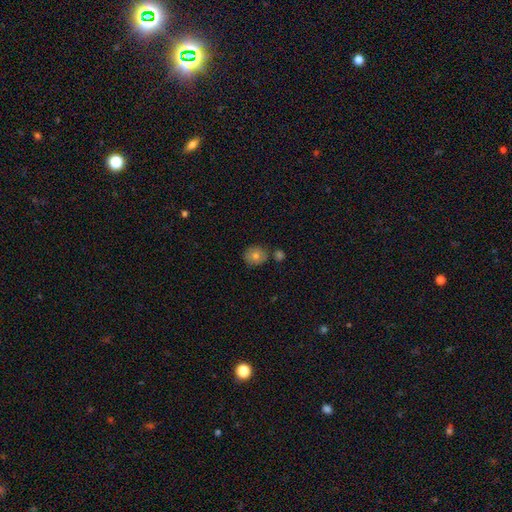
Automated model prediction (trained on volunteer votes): Morphology: type=smooth (75%); roundness=round (82%); merging=none (73%).